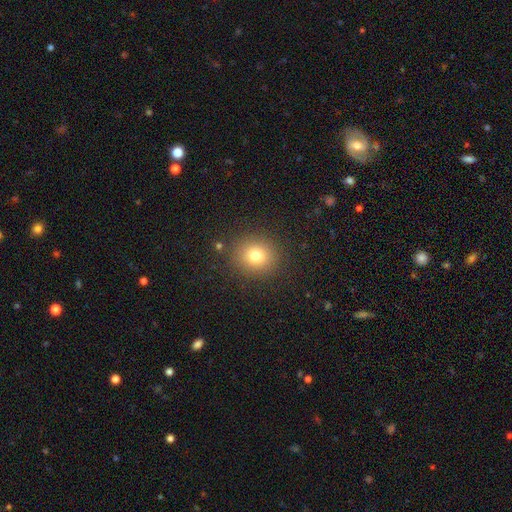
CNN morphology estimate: Smooth or featured: smooth — 77% (star or artifact — 14%)
How rounded: round — 85% (in between — 14%)
Merging: none — 88% (minor disturbance — 7%)